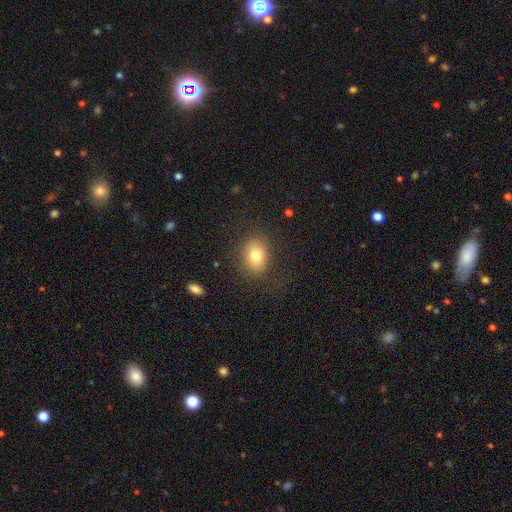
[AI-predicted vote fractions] Smooth or featured? Predicted: smooth (p=0.77). How rounded? Predicted: in between (p=0.59). Merging? Predicted: none (p=0.81).